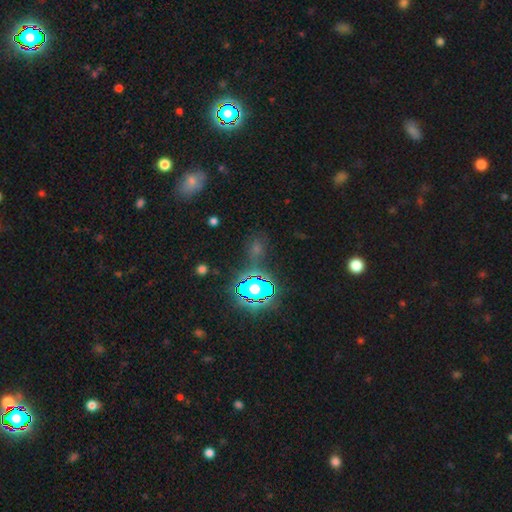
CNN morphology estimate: Q: Smooth or featured?
A: star or artifact (76%); runner-up: smooth (17%)